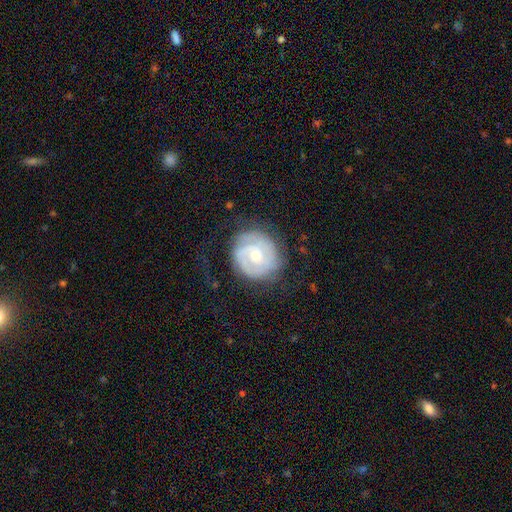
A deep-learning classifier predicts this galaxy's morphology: The model was most divided on "bulge size": small: 53%, moderate: 43%, large: 2%, none: 1%, dominant: 1%. Remaining: edge-on disk — no (98%); spiral arms — yes (91%); smooth or featured — featured or disk (78%); merging — none (71%); bar — no (62%); spiral winding — tight (61%); spiral arm count — 2 (45%).